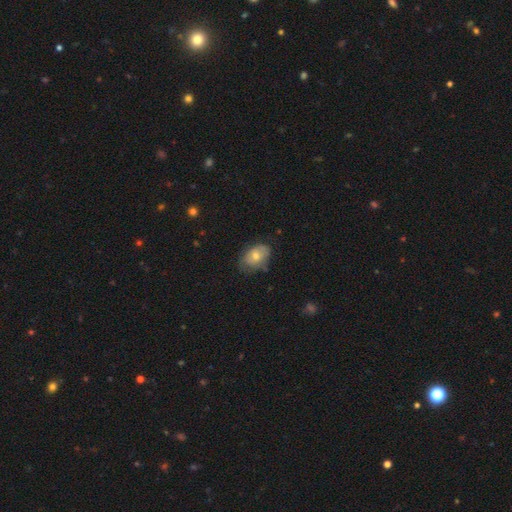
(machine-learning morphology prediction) This appears to be a smooth galaxy with no disk features (64%) that is in between round and cigar-shaped (80%). Merging: none (65%).